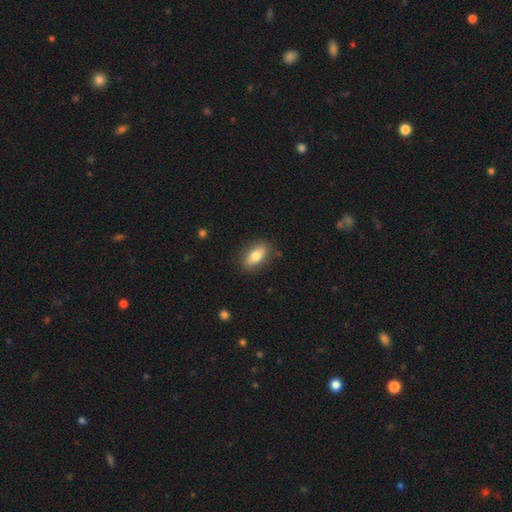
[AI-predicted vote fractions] This is likely a smooth galaxy (72%). How rounded: clearly in between (82%). Merging: clearly none (83%).